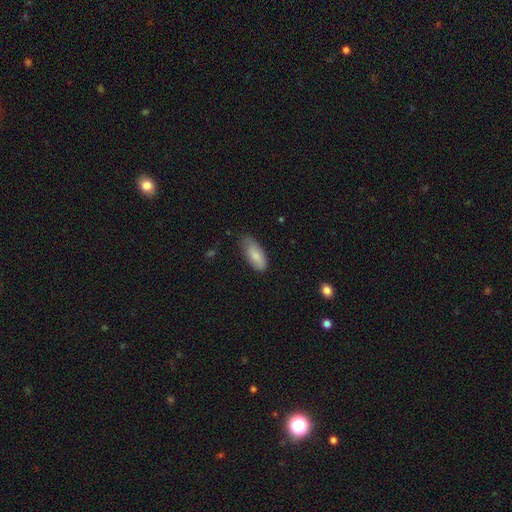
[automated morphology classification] This appears to be a smooth galaxy with no disk features (84%) that is in between round and cigar-shaped (85%). Merging: none (58%).